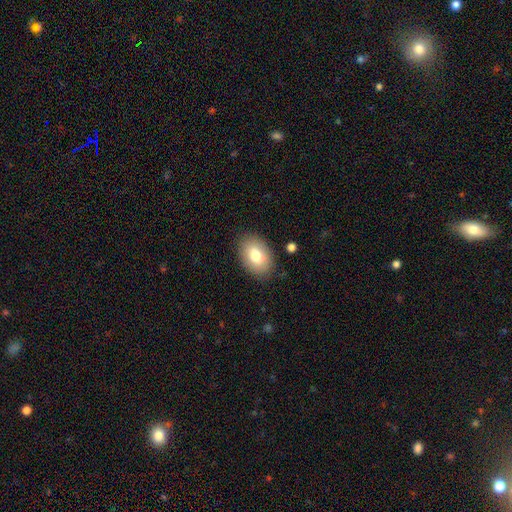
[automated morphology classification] Q: Smooth or featured?
A: smooth (77%); runner-up: featured or disk (15%)
Q: How rounded?
A: in between (83%); runner-up: round (16%)
Q: Merging?
A: none (85%); runner-up: minor disturbance (11%)